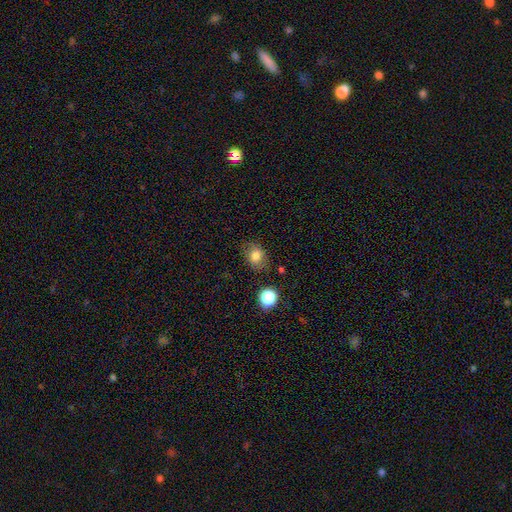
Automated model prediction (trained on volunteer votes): Smooth or featured?
  - smooth: 78% *
  - star or artifact: 12%
  - featured or disk: 10%
How rounded?
  - in between: 53% *
  - round: 46%
  - cigar-shaped: 1%
Merging?
  - none: 76% *
  - minor disturbance: 17%
  - major disturbance: 5%
  - merger: 3%